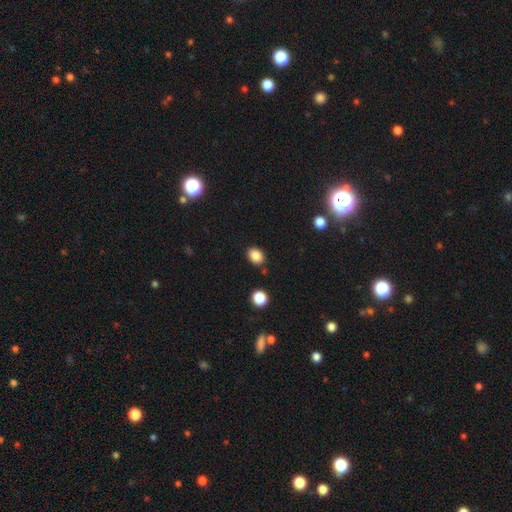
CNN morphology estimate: The model was most divided on "how rounded": in between: 62%, round: 37%, cigar-shaped: 1%. More confident: smooth or featured — smooth (85%); merging — none (85%).